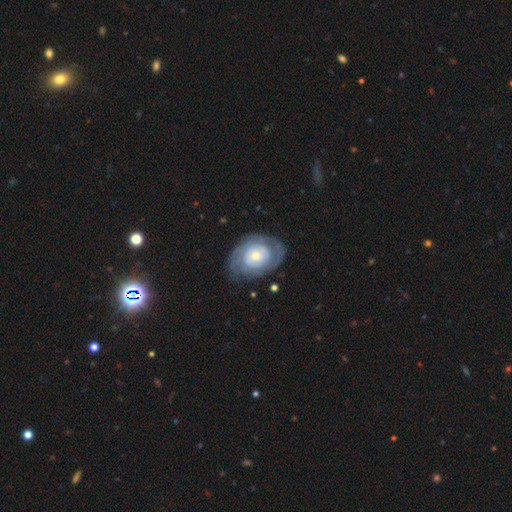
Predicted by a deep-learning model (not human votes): Smooth or featured: featured or disk — 70% (smooth — 25%)
Edge-on disk: no — 96% (yes — 4%)
Bar: no — 82% (weak — 15%)
Spiral arms: yes — 75% (no — 25%)
Spiral winding: tight — 68% (medium — 23%)
Spiral arm count: can't tell — 46% (2 — 31%)
Bulge size: small — 52% (moderate — 37%)
Merging: none — 72% (minor disturbance — 18%)